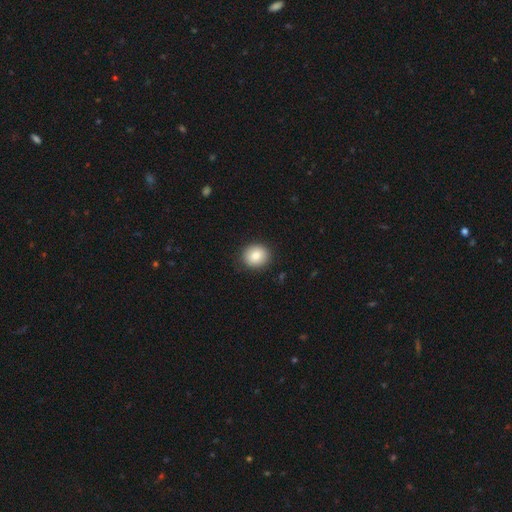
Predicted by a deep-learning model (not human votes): smooth_or_featured: smooth (p=0.84) [alt: star or artifact p=0.08]
how_rounded: round (p=0.78) [alt: in between p=0.21]
merging: none (p=0.89) [alt: minor disturbance p=0.08]